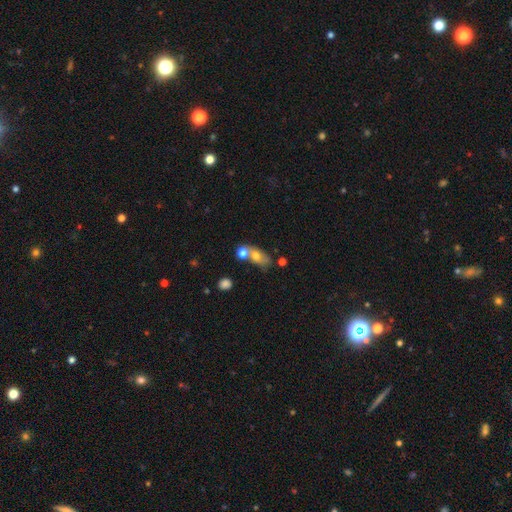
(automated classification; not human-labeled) smooth_or_featured: smooth (p=0.67) [alt: featured or disk p=0.24]
how_rounded: in between (p=0.73) [alt: round p=0.18]
merging: merger (p=0.44) [alt: none p=0.38]